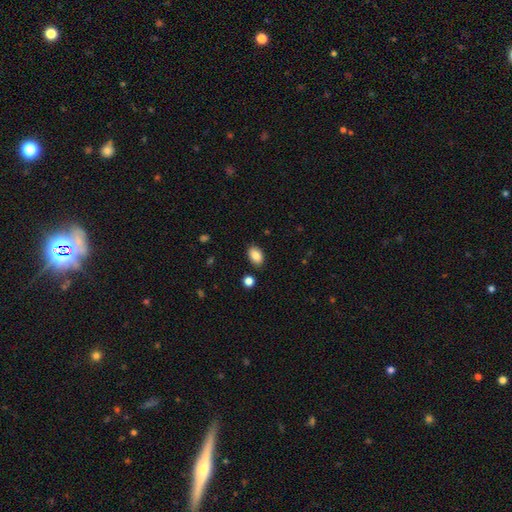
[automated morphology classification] smooth 86%, star or artifact 8%, featured or disk 6%. Down the decision tree: how rounded — in between (89%); merging — none (86%).